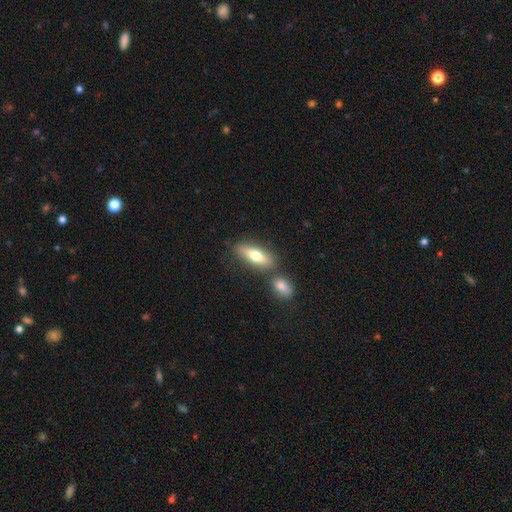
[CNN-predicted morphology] A smooth galaxy with no disk features (64%) that is in between round and cigar-shaped (57%). Merging: none (64%).